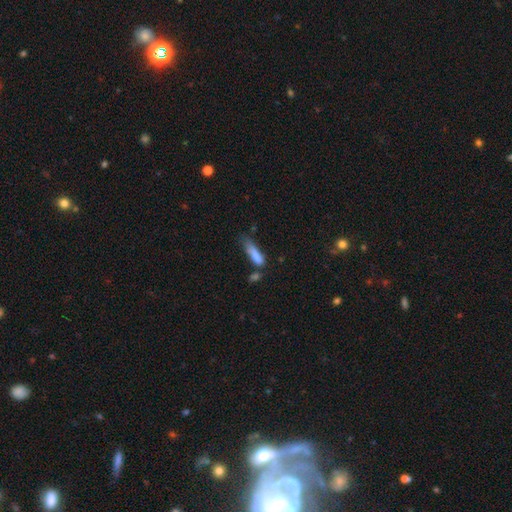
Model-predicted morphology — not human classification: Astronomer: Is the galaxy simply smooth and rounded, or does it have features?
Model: smooth — 79%.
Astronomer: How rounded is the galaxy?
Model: cigar-shaped — 59% (runner-up: in between, 39%).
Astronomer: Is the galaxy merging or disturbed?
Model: minor disturbance — 32% (runner-up: none, 31%).